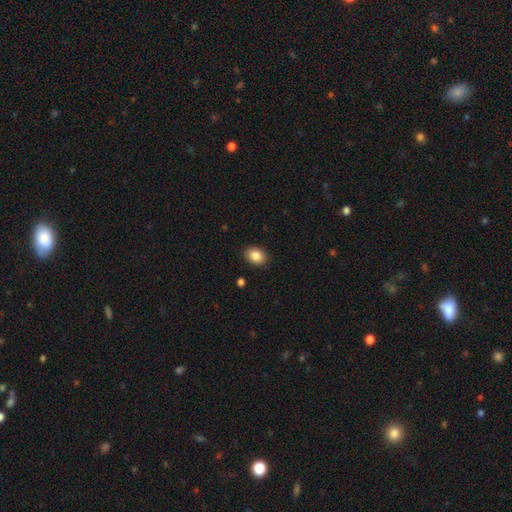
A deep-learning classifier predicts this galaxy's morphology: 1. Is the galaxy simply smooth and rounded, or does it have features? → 87% smooth, 8% star or artifact, 5% featured or disk.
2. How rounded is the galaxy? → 72% in between, 27% round, 1% cigar-shaped.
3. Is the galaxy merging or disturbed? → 89% none, 8% minor disturbance, 2% major disturbance, 1% merger.